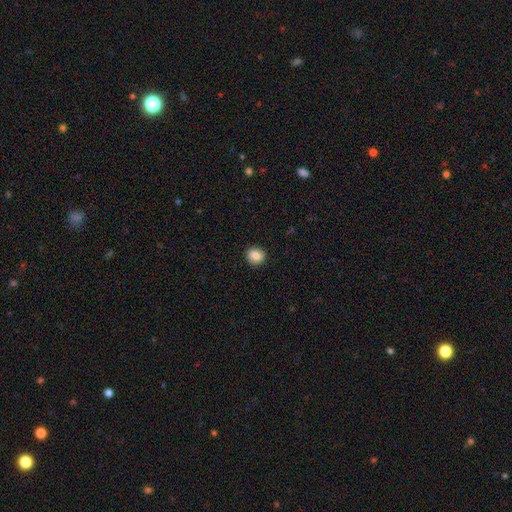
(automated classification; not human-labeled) Smooth or featured? Predicted: smooth (p=0.81). How rounded? Predicted: round (p=0.82). Merging? Predicted: none (p=0.89).